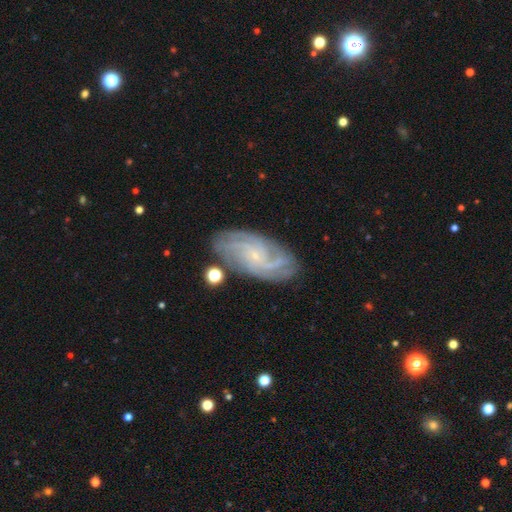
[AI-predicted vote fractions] Smooth or featured? Predicted: featured or disk (p=0.86). Edge-on disk? Predicted: no (p=0.96). Bar? Predicted: no (p=0.71). Spiral arms? Predicted: yes (p=0.97). Spiral winding? Predicted: tight (p=0.59). Spiral arm count? Predicted: 4 (p=0.31). Bulge size? Predicted: small (p=0.87). Merging? Predicted: none (p=0.79).